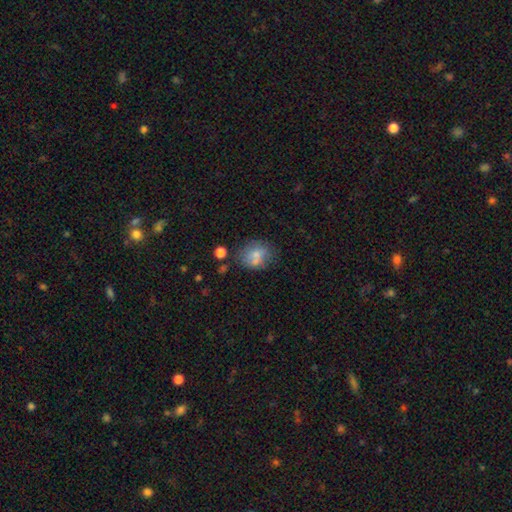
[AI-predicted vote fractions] Overall: smooth (68%). How rounded: round (60%; in between 39%). Merging: none (50%; minor disturbance 21%).